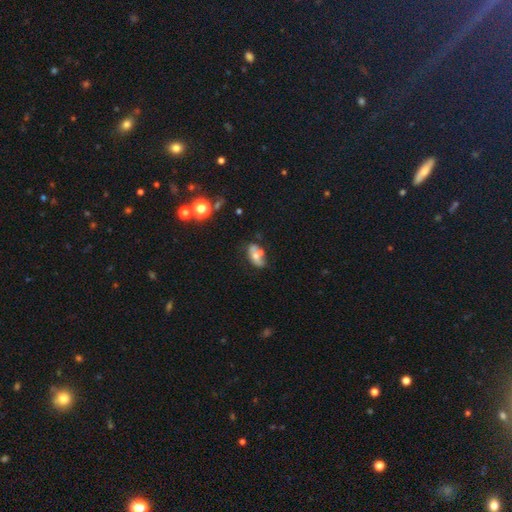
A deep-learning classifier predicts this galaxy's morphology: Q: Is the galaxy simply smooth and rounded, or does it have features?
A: smooth — 52%.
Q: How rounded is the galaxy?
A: in between — 85%.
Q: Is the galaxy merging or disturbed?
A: none — 40%.